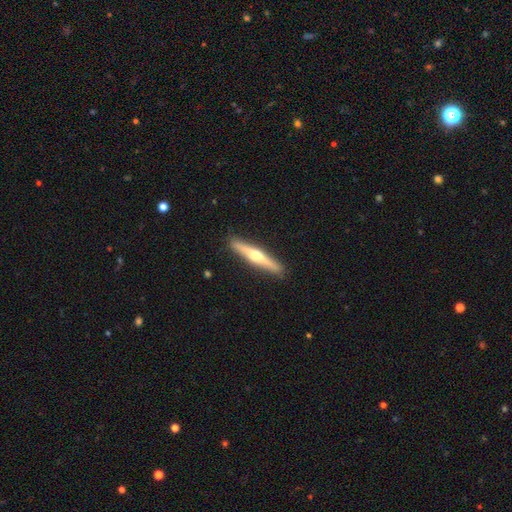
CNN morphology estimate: Overall: featured or disk (64%; smooth 31%). Edge-on disk: yes (96%). Edge-on bulge: rounded (92%). Merging: none (91%).